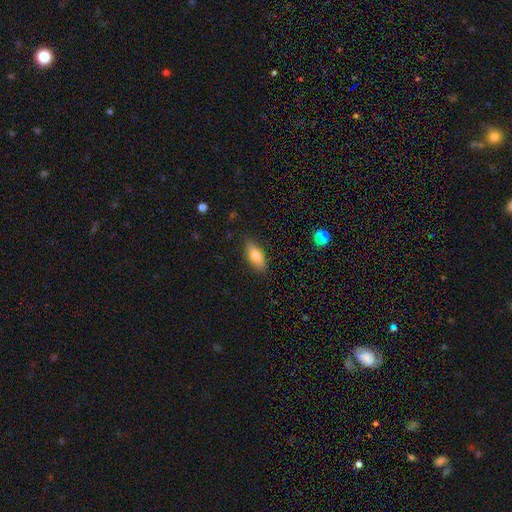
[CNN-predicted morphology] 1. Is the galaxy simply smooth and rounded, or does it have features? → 71% smooth, 21% featured or disk, 7% star or artifact.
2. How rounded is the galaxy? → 75% in between, 22% cigar-shaped, 3% round.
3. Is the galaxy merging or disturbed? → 84% none, 12% minor disturbance, 3% major disturbance, 1% merger.